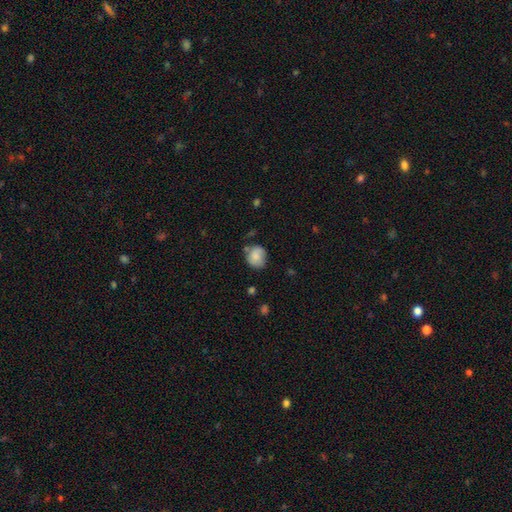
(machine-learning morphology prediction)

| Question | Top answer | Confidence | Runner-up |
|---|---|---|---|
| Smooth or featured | smooth | 77% | featured or disk (15%) |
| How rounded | round | 65% | in between (34%) |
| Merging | none | 58% | minor disturbance (28%) |